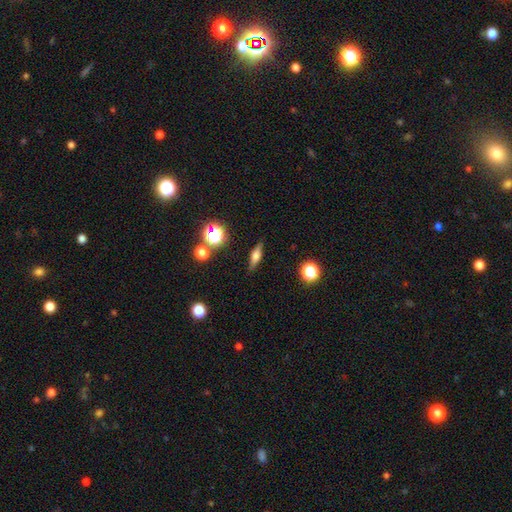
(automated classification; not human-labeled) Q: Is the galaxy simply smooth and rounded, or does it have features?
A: smooth — 48%.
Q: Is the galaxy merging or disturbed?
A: none — 85%.